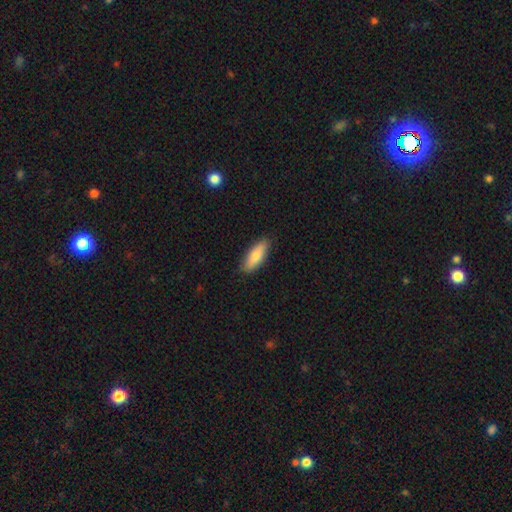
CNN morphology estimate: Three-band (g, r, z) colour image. It shows a smooth galaxy with no disk features (77%) that is in between round and cigar-shaped (62%). Merging: none (88%).